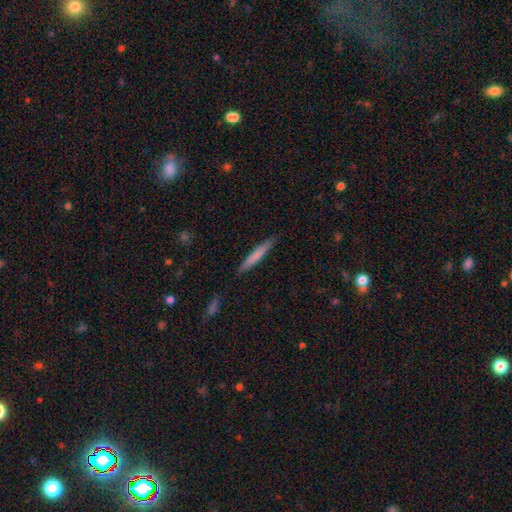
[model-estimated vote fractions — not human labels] smooth 71%, featured or disk 23%, star or artifact 6%. Down the decision tree: how rounded — cigar-shaped (96%); merging — none (90%).